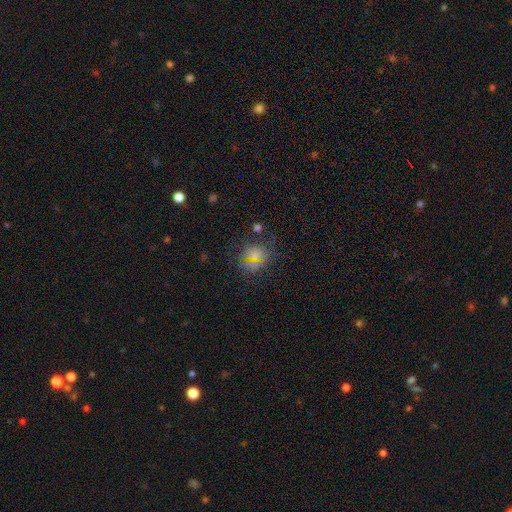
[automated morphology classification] The model was most divided on "smooth or featured": smooth: 38%, star or artifact: 33%, featured or disk: 29%. More confident: merging — none (65%).